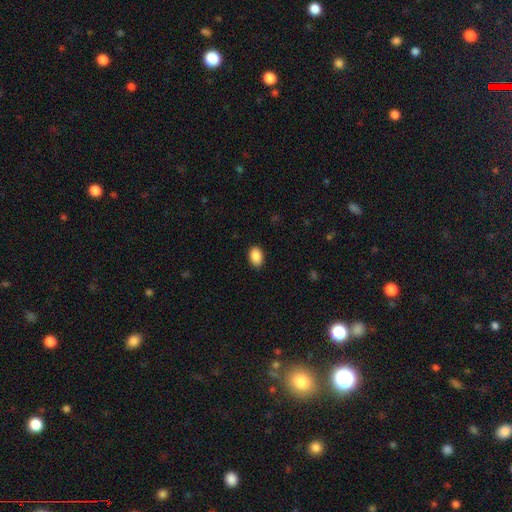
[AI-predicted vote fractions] The model was most divided on "how rounded": in between: 86%, round: 12%, cigar-shaped: 1%. More confident: smooth or featured — smooth (89%); merging — none (87%).